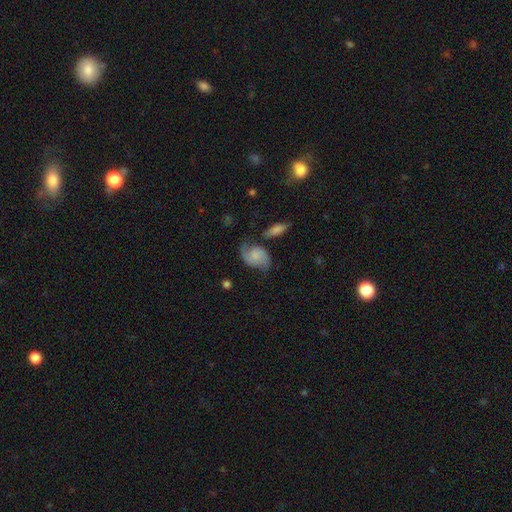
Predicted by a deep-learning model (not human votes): A featured or disk galaxy (67%) with no bar (66%), 2 (86%) medium (43%) spiral arms (94%) and no central bulge (34%).

Vote fractions:
- Smooth or featured? featured or disk: 67% / smooth: 25% / star or artifact: 7%
- Edge-on disk? no: 97% / yes: 3%
- Bar? no: 66% / weak: 29% / strong: 5%
- Spiral arms? yes: 94% / no: 6%
- Spiral winding? medium: 43% / loose: 40% / tight: 17%
- Spiral arm count? 2: 86% / 1: 6% / can't tell: 5% / 3: 1% / 4: 1% / more than 4: 1%
- Bulge size? none: 34% / small: 31% / moderate: 23% / large: 9% / dominant: 3%
- Merging? none: 57% / minor disturbance: 25% / major disturbance: 12% / merger: 6%